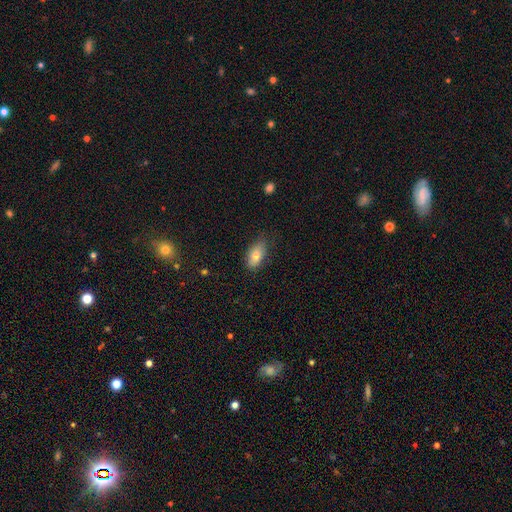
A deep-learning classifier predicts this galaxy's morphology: Smooth or featured: smooth — 77% (featured or disk — 15%)
How rounded: in between — 89% (cigar-shaped — 6%)
Merging: none — 74% (minor disturbance — 20%)